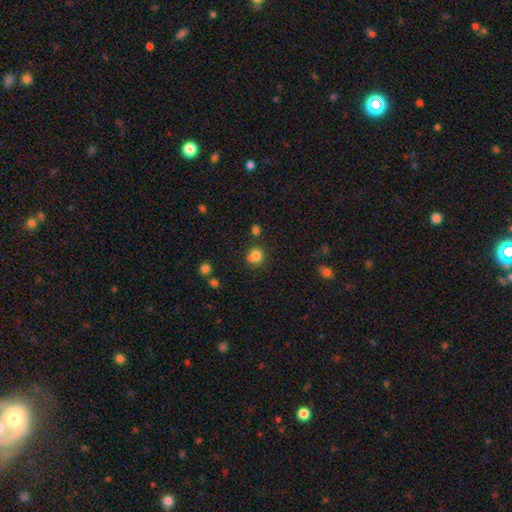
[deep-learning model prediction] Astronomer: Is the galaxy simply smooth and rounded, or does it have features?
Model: smooth — 81%.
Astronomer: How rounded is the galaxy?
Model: round — 84%.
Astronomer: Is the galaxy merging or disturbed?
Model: none — 67%.